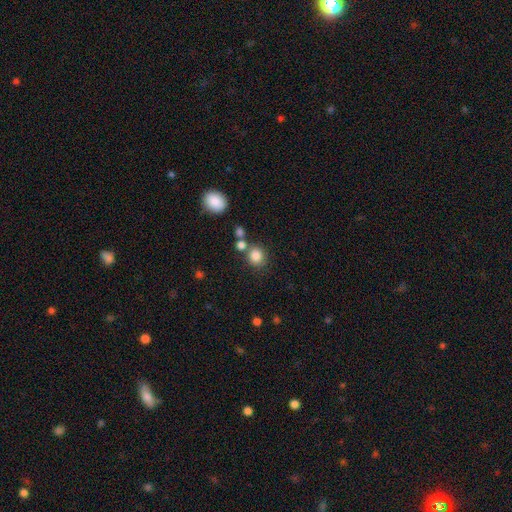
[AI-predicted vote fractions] This appears to be a smooth galaxy with no disk features (84%) that is round (81%). Merging: none (70%).